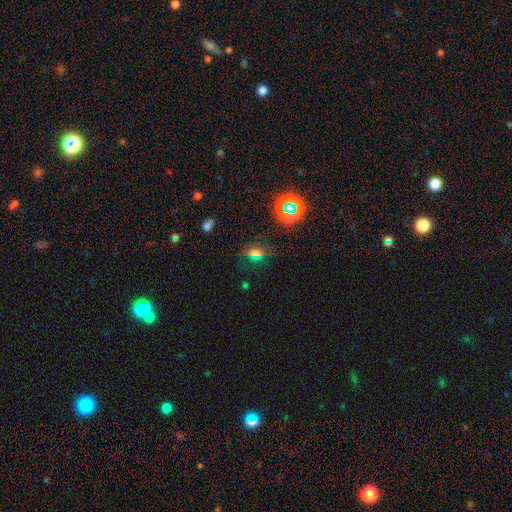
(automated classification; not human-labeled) The model was most divided on "smooth or featured" (2-way tie): smooth: 44%, star or artifact: 44%, featured or disk: 12%. More confident: merging — none (74%).